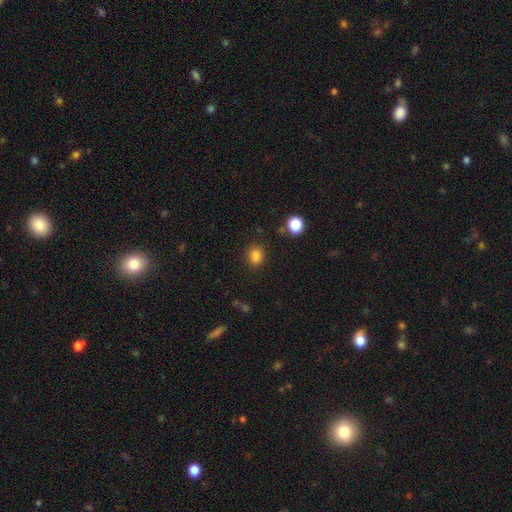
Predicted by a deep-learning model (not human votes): smooth 83%, star or artifact 12%, featured or disk 4%. Down the decision tree: how rounded — round (61%); merging — none (83%).